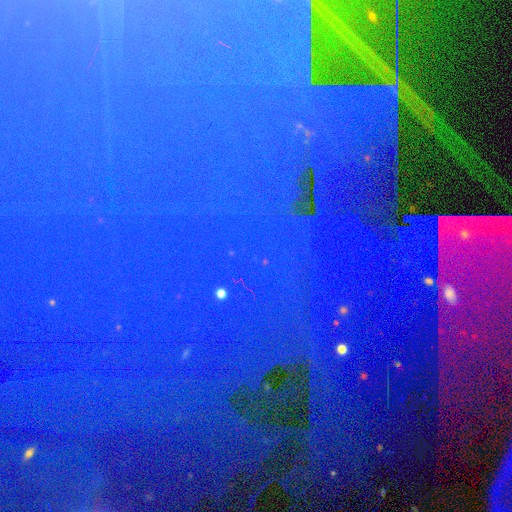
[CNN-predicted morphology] type=star or artifact (85%).